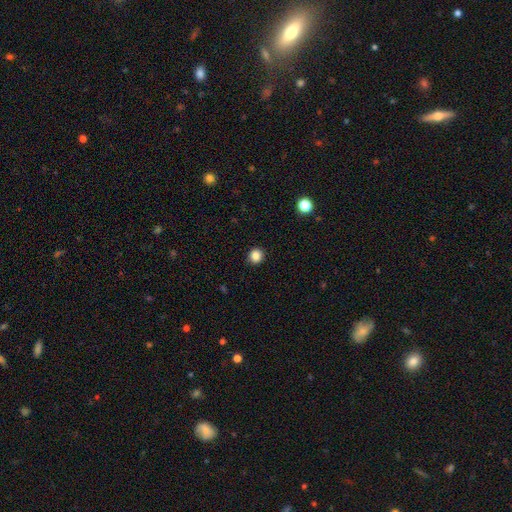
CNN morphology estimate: Smooth or featured?
  - smooth: 85% *
  - star or artifact: 11%
  - featured or disk: 4%
How rounded?
  - round: 89% *
  - in between: 10%
  - cigar-shaped: 1%
Merging?
  - none: 92% *
  - minor disturbance: 5%
  - major disturbance: 2%
  - merger: 1%